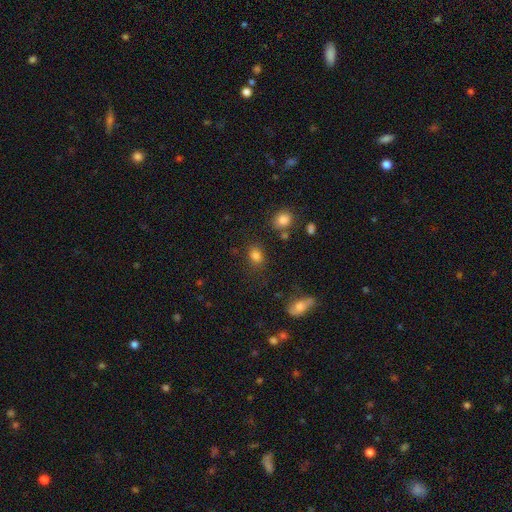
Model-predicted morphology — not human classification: Overall: smooth (81%). How rounded: in between (62%; round 37%). Merging: none (78%).